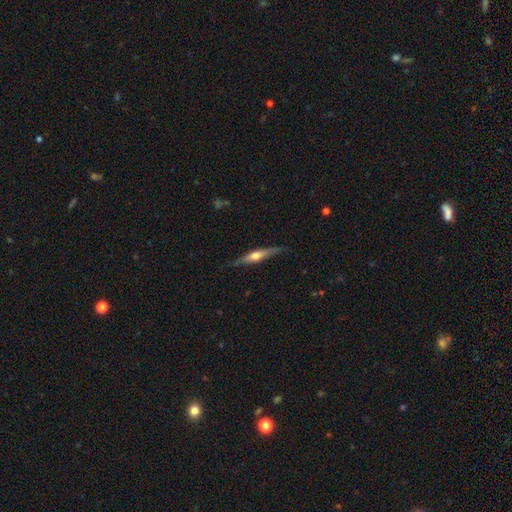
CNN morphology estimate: smooth_or_featured: featured or disk (p=0.63) [alt: smooth p=0.32]
disk_edge_on: yes (p=0.95) [alt: no p=0.05]
edge_on_bulge: rounded (p=0.88) [alt: boxy p=0.06]
merging: none (p=0.82) [alt: minor disturbance p=0.14]